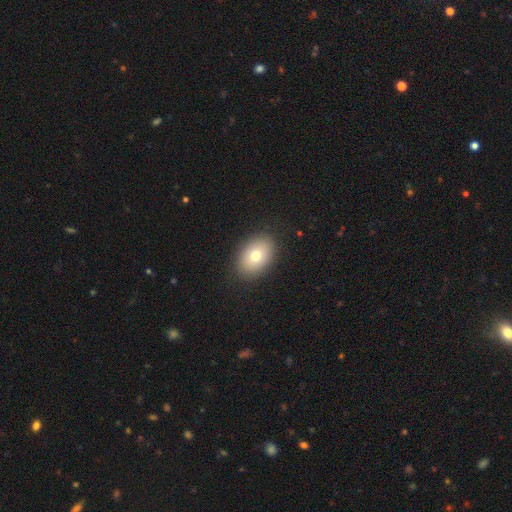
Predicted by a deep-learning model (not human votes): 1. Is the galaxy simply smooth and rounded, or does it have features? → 76% smooth, 14% featured or disk, 9% star or artifact.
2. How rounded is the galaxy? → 79% in between, 19% round, 1% cigar-shaped.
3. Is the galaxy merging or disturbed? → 89% none, 8% minor disturbance, 2% major disturbance, 1% merger.